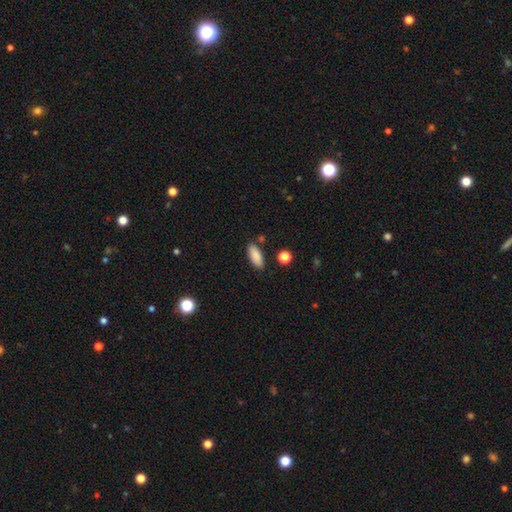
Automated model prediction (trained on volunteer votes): This is clearly a smooth galaxy (87%). How rounded: clearly in between (83%). Merging: clearly none (84%).